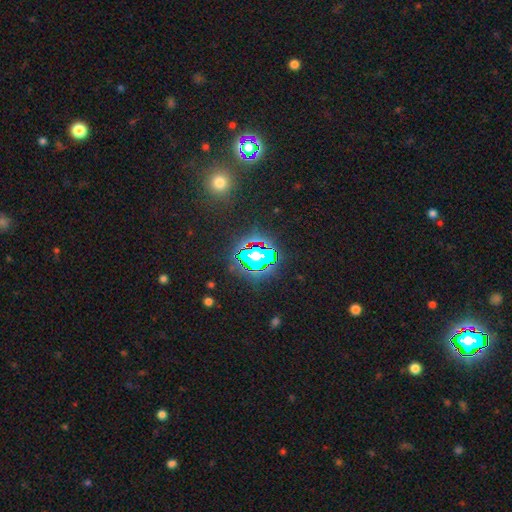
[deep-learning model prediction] smooth_or_featured: star or artifact (p=0.60) [alt: smooth p=0.26]